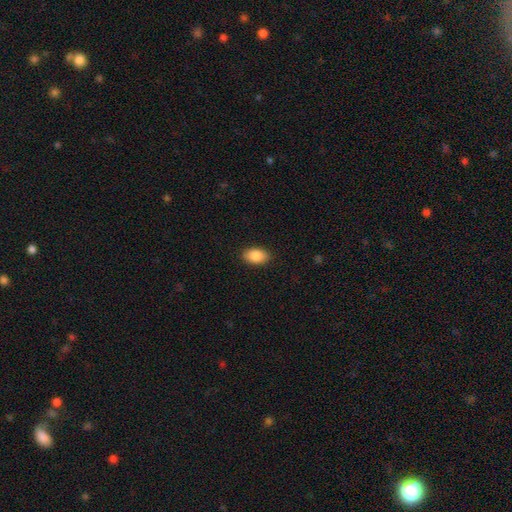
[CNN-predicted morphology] Smooth or featured? smooth (88%)
How rounded? in between (91%)
Merging? none (89%)